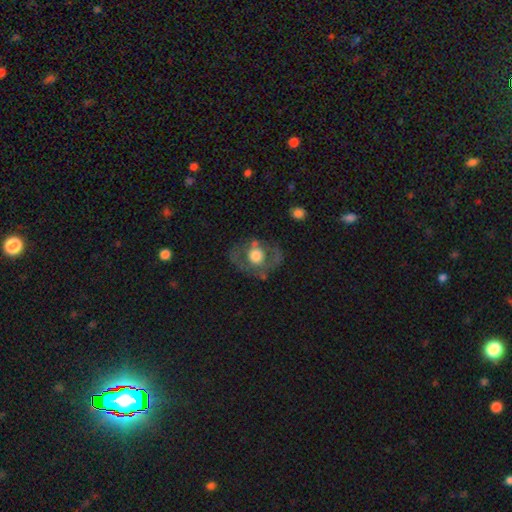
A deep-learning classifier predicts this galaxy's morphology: smooth-or-featured: featured or disk: 51% | smooth: 42% | star or artifact: 7%
  disk-edge-on: no: 94% | yes: 6%
  merging: none: 63% | minor disturbance: 18% | major disturbance: 16% | merger: 3%